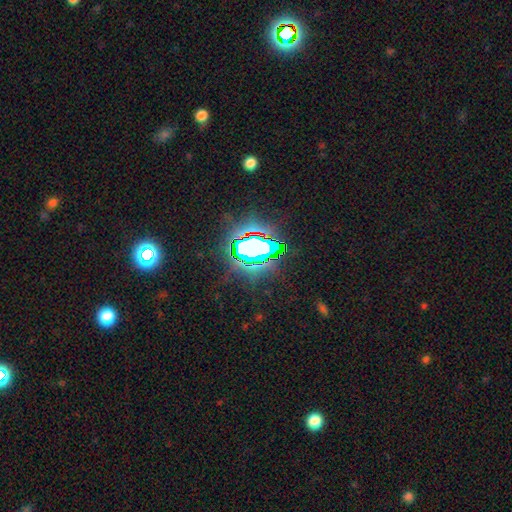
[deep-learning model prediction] A star or artifact, not a galaxy (79%).